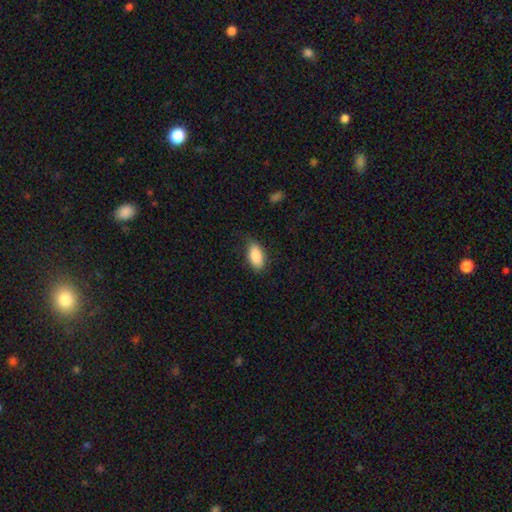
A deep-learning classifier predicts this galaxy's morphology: Q: Smooth or featured?
A: smooth (86%); runner-up: featured or disk (7%)
Q: How rounded?
A: in between (91%); runner-up: cigar-shaped (6%)
Q: Merging?
A: none (74%); runner-up: minor disturbance (21%)